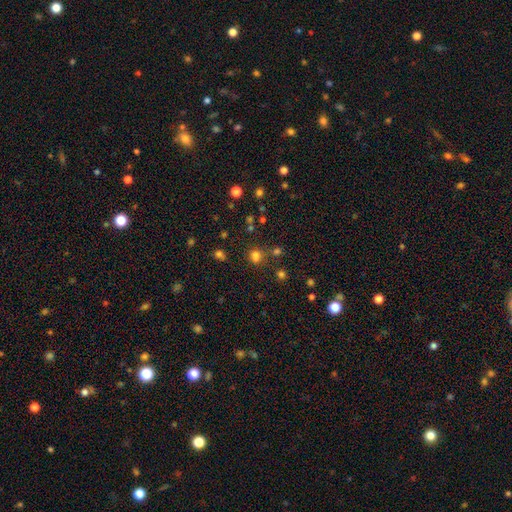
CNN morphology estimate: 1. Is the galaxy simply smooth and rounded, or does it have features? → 71% smooth, 23% star or artifact, 6% featured or disk.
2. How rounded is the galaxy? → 78% round, 21% in between, 1% cigar-shaped.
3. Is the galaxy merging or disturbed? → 70% none, 13% merger, 12% minor disturbance, 5% major disturbance.